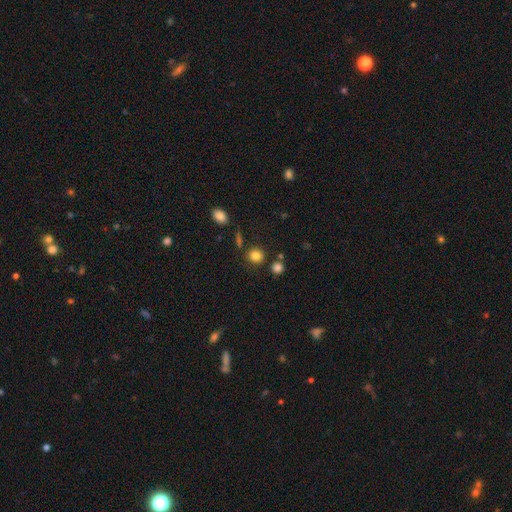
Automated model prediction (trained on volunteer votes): Smooth or featured? smooth (84%)
How rounded? round (86%)
Merging? none (82%)